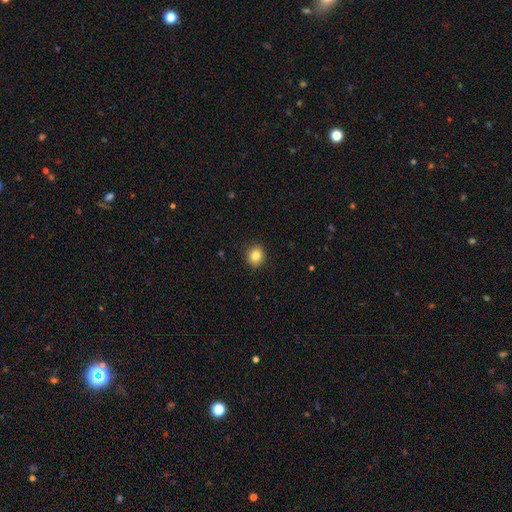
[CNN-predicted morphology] Smooth or featured? Predicted: smooth (p=0.84). How rounded? Predicted: round (p=0.82). Merging? Predicted: none (p=0.91).